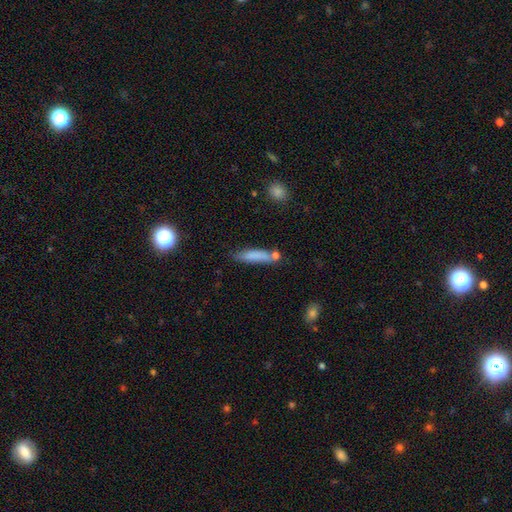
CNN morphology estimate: smooth_or_featured: smooth (p=0.78) [alt: featured or disk p=0.15]
how_rounded: cigar-shaped (p=0.77) [alt: in between p=0.21]
merging: none (p=0.62) [alt: minor disturbance p=0.19]